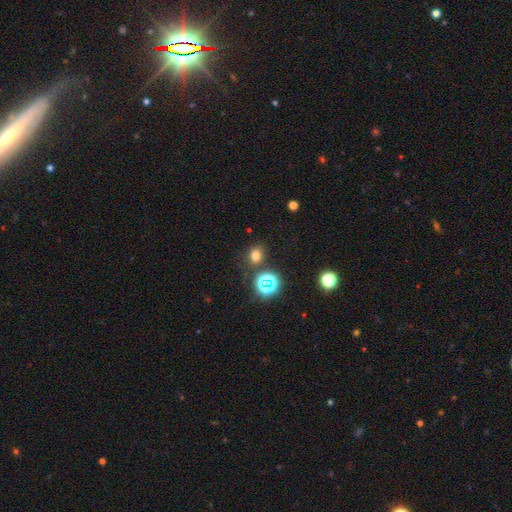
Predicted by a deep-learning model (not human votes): Smooth or featured: smooth — 67% (star or artifact — 26%)
How rounded: round — 54% (in between — 45%)
Merging: none — 80% (minor disturbance — 10%)